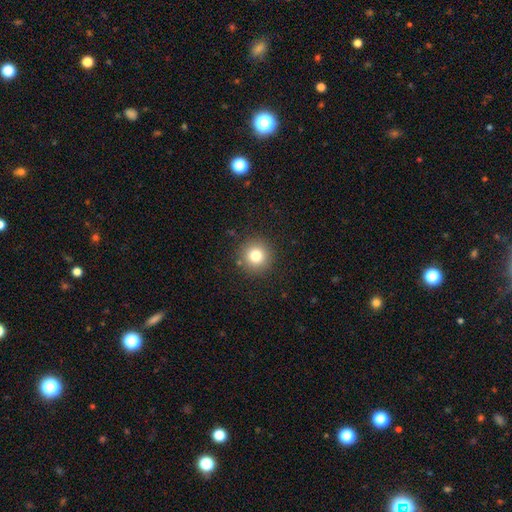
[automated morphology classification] Smooth or featured? Predicted: smooth (p=0.80). How rounded? Predicted: round (p=0.95). Merging? Predicted: none (p=0.90).